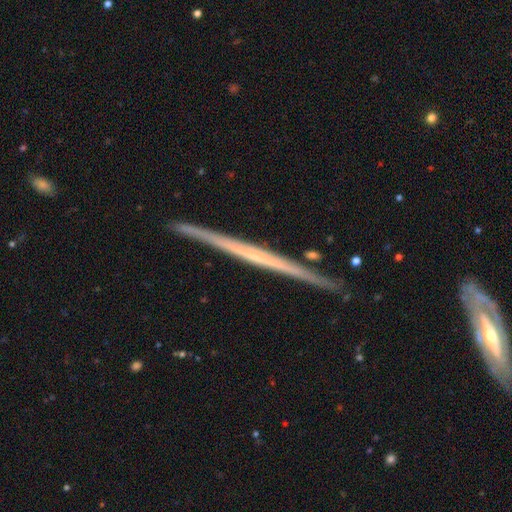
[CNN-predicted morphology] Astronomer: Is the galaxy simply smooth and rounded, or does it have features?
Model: featured or disk — 74%.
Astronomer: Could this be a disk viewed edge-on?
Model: yes — 98%.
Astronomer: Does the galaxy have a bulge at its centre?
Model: none — 83%.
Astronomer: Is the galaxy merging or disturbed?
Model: none — 89%.